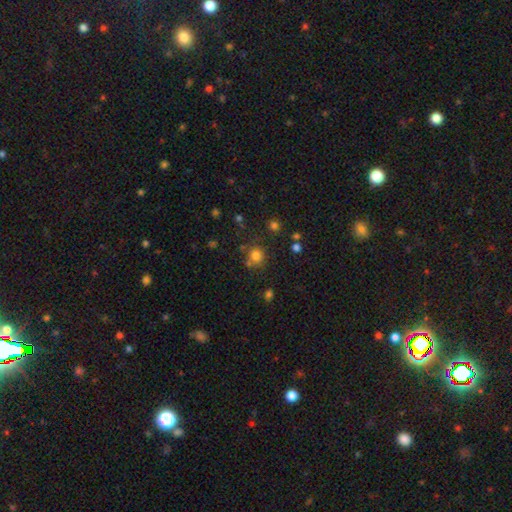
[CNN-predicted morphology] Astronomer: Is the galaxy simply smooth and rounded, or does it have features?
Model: smooth — 77%.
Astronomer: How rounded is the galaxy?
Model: round — 88%.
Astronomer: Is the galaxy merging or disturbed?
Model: none — 72%.